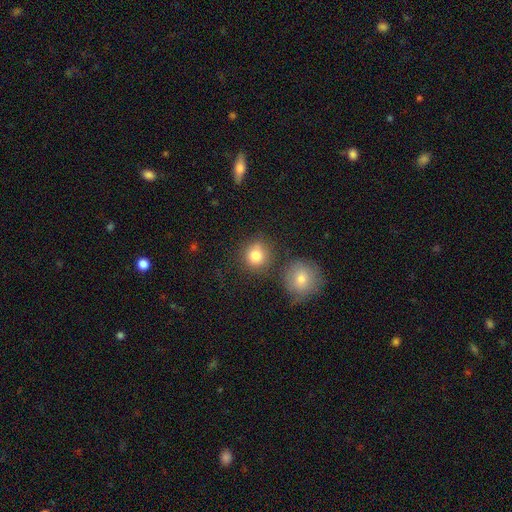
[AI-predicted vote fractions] Smooth or featured?
  - smooth: 82% *
  - star or artifact: 11%
  - featured or disk: 7%
How rounded?
  - round: 88% *
  - in between: 11%
  - cigar-shaped: 1%
Merging?
  - none: 75% *
  - merger: 11%
  - minor disturbance: 10%
  - major disturbance: 4%